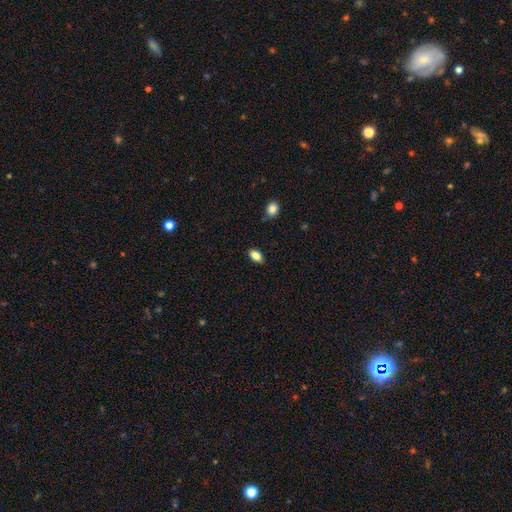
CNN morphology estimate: type=smooth (86%); roundness=in between (90%); merging=none (85%).